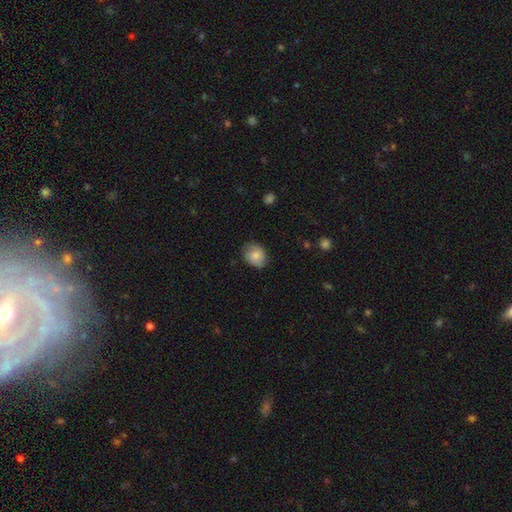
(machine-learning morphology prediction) A smooth galaxy with no disk features (73%) that is round (52%).

Vote fractions:
- Smooth or featured? smooth: 73% / featured or disk: 19% / star or artifact: 8%
- How rounded? round: 52% / in between: 47% / cigar-shaped: 1%
- Merging? none: 71% / minor disturbance: 23% / major disturbance: 5% / merger: 1%